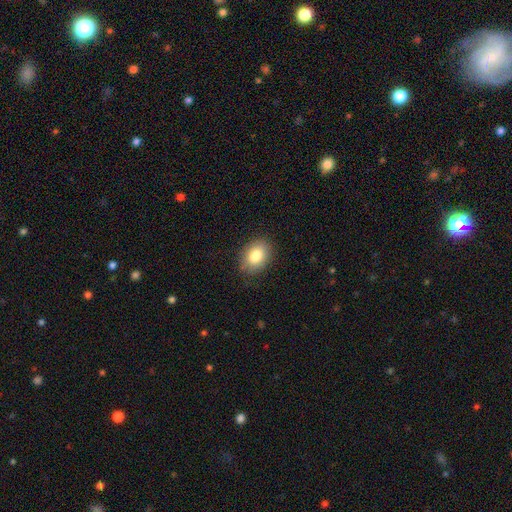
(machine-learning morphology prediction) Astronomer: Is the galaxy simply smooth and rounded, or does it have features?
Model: smooth — 83%.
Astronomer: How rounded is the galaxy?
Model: in between — 77%.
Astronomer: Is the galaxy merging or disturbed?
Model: none — 85%.